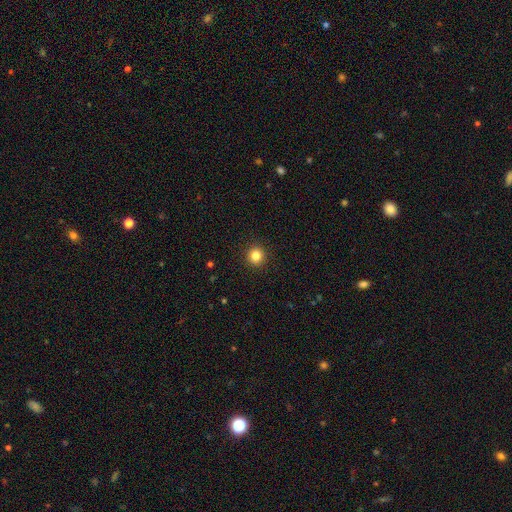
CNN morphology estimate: type=smooth (84%); roundness=round (93%); merging=none (93%).